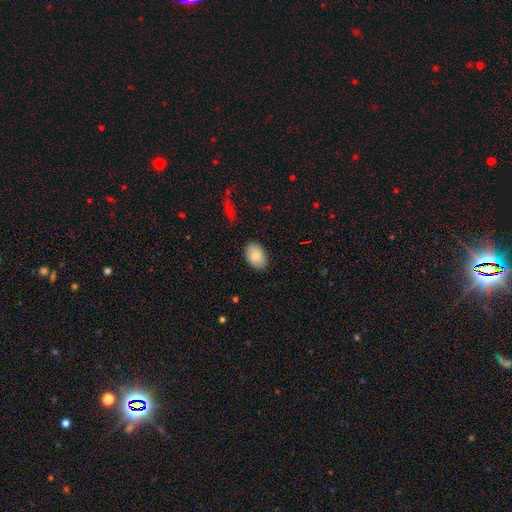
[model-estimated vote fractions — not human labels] smooth 81%, featured or disk 12%, star or artifact 7%. Down the decision tree: how rounded — in between (84%); merging — none (84%).